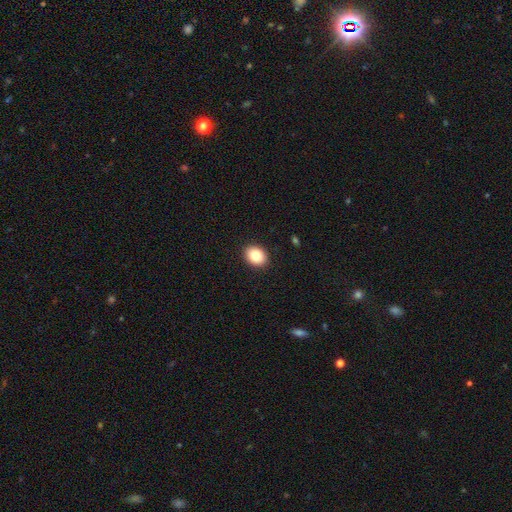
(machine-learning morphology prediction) This is clearly a smooth galaxy (84%). How rounded: possibly in between (58%). Merging: clearly none (91%).